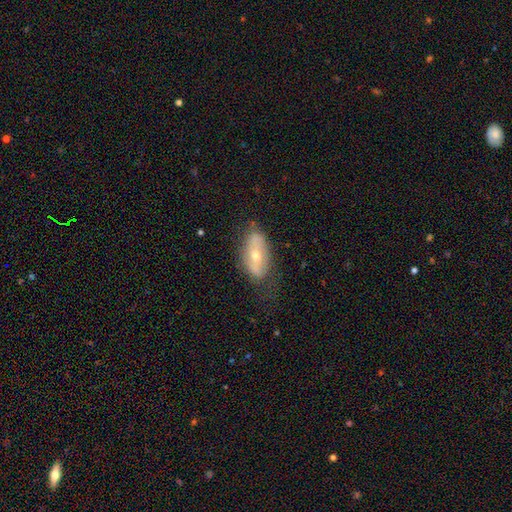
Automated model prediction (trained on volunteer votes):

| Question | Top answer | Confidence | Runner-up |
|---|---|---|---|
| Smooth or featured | featured or disk | 57% | smooth (35%) |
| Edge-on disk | no | 82% | yes (18%) |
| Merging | none | 65% | minor disturbance (24%) |